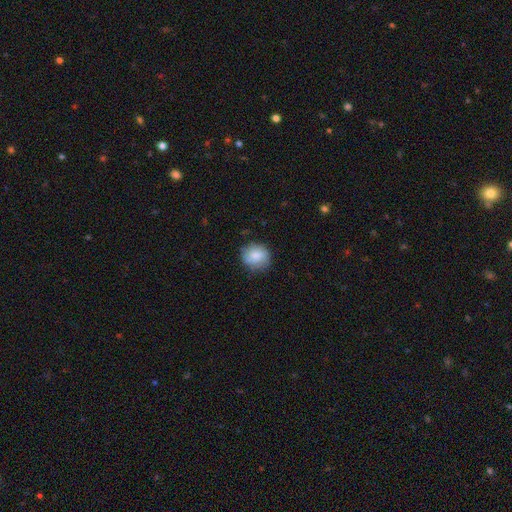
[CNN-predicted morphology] A smooth galaxy with no disk features (81%) that is round (79%). Merging: none (79%).